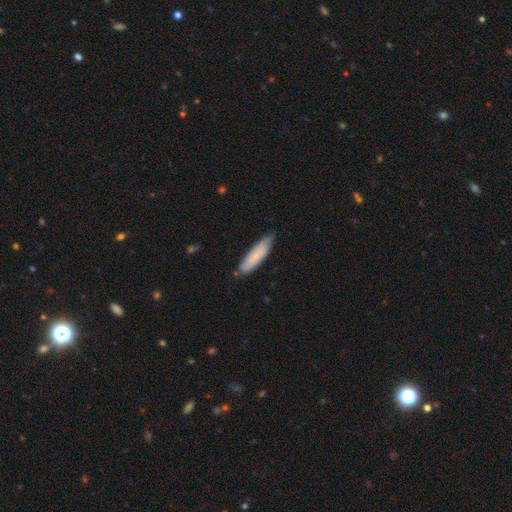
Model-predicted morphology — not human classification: Smooth or featured? Predicted: smooth (p=0.74). How rounded? Predicted: cigar-shaped (p=0.70). Merging? Predicted: none (p=0.75).